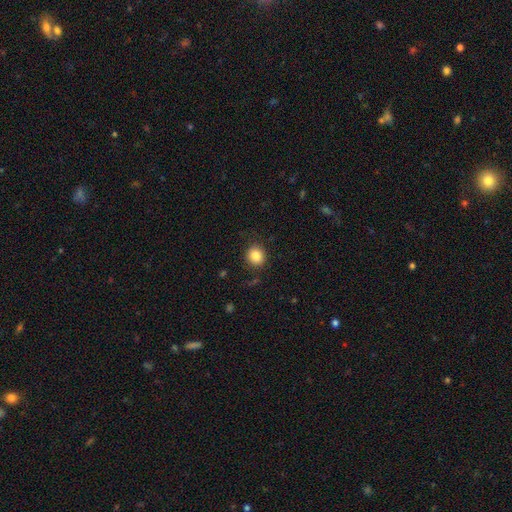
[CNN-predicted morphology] Smooth or featured? smooth (85%)
How rounded? round (85%)
Merging? none (87%)